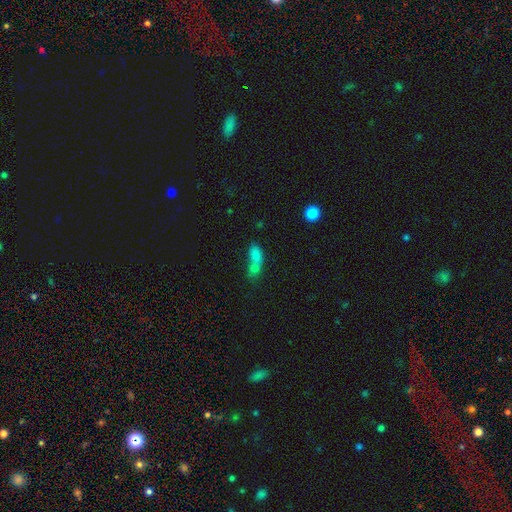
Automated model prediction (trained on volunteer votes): This appears to be a smooth galaxy with no disk features (74%) that is in between round and cigar-shaped (75%). Merging: merger (63%).